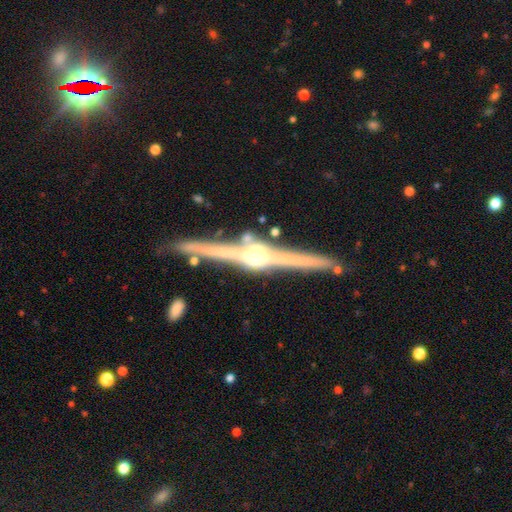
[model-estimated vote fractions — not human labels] This appears to be a featured or disk galaxy (86%) viewed edge-on (98%) with a rounded central bulge (94%). Merging: none (85%).